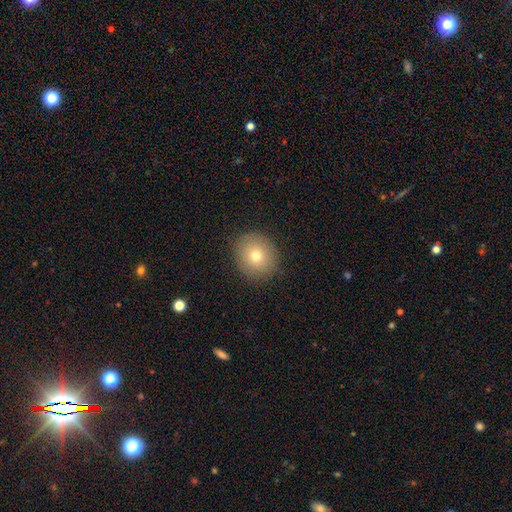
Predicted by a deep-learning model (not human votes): smooth_or_featured: smooth (p=0.73) [alt: featured or disk p=0.15]
how_rounded: round (p=0.83) [alt: in between p=0.16]
merging: none (p=0.88) [alt: minor disturbance p=0.08]